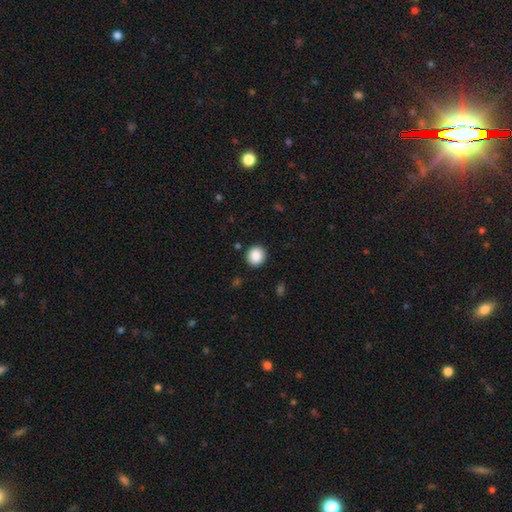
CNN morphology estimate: This is clearly a smooth galaxy (88%). How rounded: clearly round (86%). Merging: clearly none (90%).